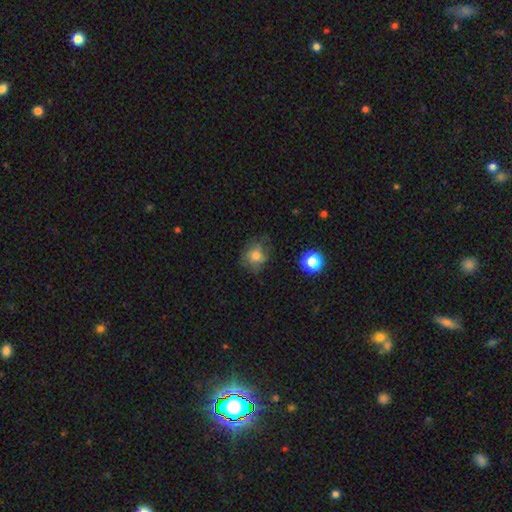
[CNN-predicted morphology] type=smooth (62%); roundness=round (69%); merging=none (61%).